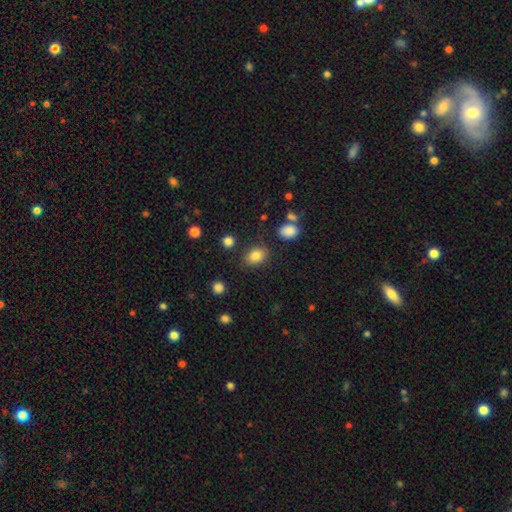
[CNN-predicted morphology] Smooth or featured? Predicted: smooth (p=0.82). How rounded? Predicted: in between (p=0.67). Merging? Predicted: none (p=0.81).